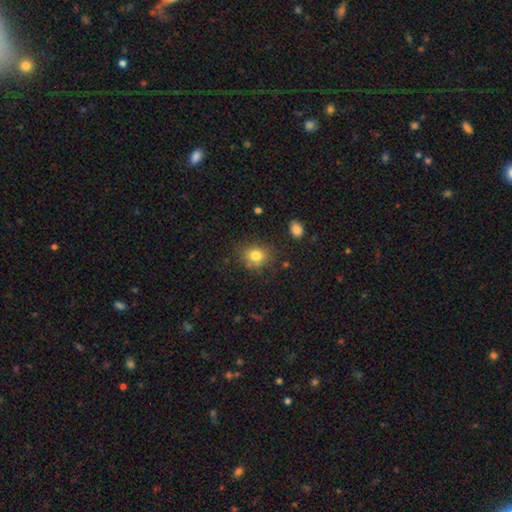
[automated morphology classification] smooth-or-featured: smooth: 79% | star or artifact: 12% | featured or disk: 9%
  how-rounded: round: 68% | in between: 31% | cigar-shaped: 1%
  merging: none: 73% | minor disturbance: 18% | major disturbance: 5% | merger: 4%